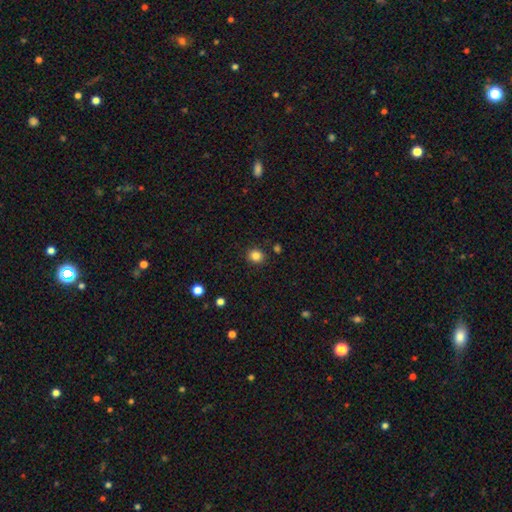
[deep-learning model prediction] Morphology: type=smooth (84%); roundness=round (79%); merging=none (89%).